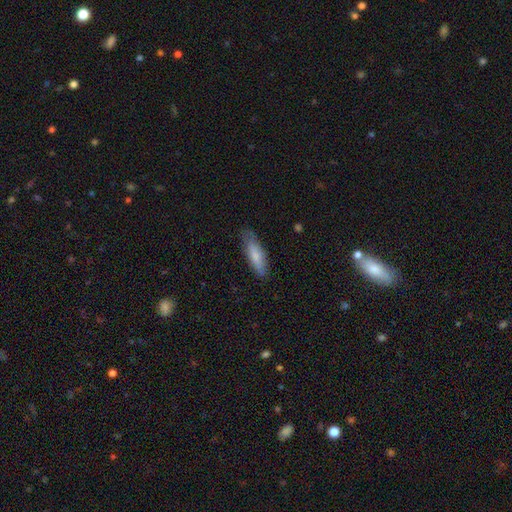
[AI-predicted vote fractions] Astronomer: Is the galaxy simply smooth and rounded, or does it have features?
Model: smooth — 76%.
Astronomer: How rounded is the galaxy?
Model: cigar-shaped — 52% (runner-up: in between, 47%).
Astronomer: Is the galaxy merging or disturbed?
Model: none — 74%.